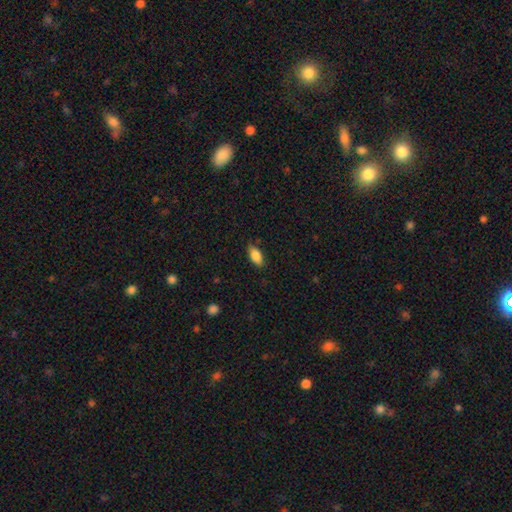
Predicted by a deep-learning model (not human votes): Smooth or featured? smooth (86%)
How rounded? in between (90%)
Merging? none (83%)